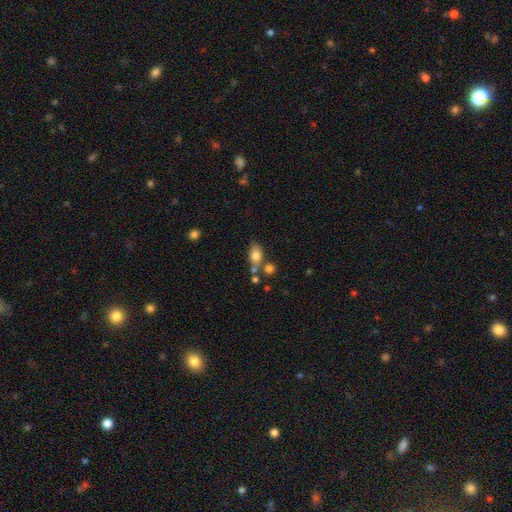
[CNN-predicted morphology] Overall: smooth (79%). How rounded: in between (78%). Merging: none (56%; merger 22%).